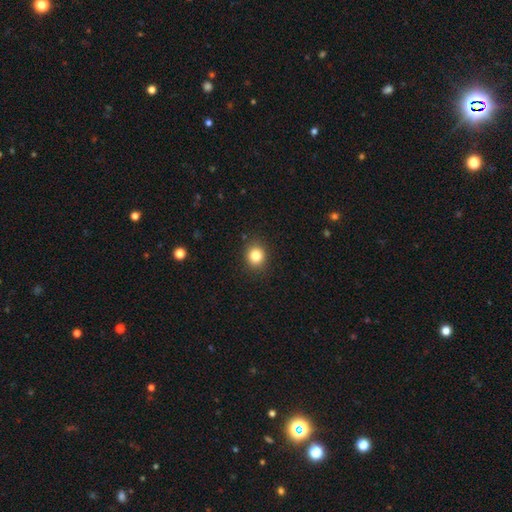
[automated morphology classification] Smooth or featured? smooth (83%)
How rounded? round (76%)
Merging? none (88%)